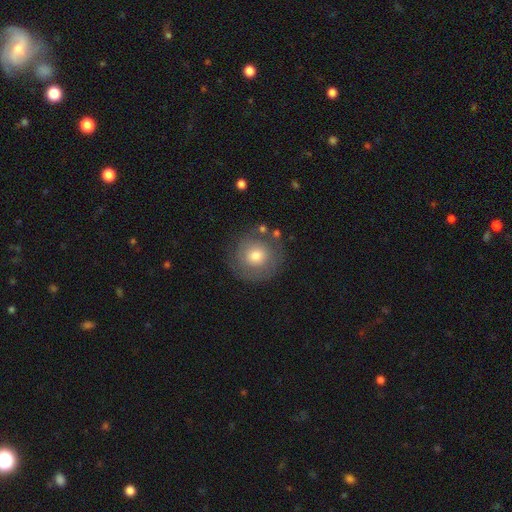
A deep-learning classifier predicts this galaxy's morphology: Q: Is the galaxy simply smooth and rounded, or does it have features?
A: smooth — 64%.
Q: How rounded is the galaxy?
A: round — 93%.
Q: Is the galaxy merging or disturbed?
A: none — 78%.